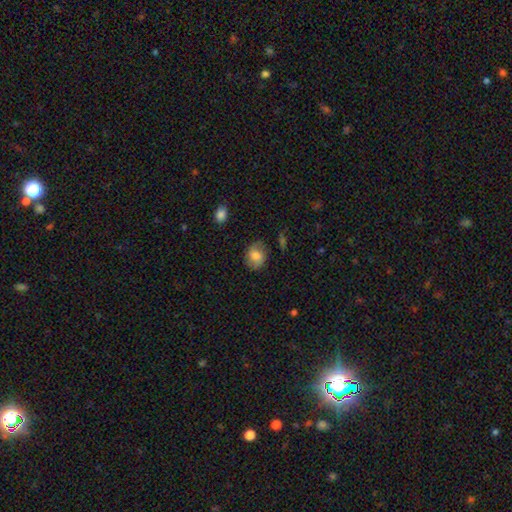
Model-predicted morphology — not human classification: smooth-or-featured: smooth: 69% | featured or disk: 23% | star or artifact: 8%
  how-rounded: round: 54% | in between: 45% | cigar-shaped: 1%
  merging: none: 77% | minor disturbance: 17% | major disturbance: 5% | merger: 1%